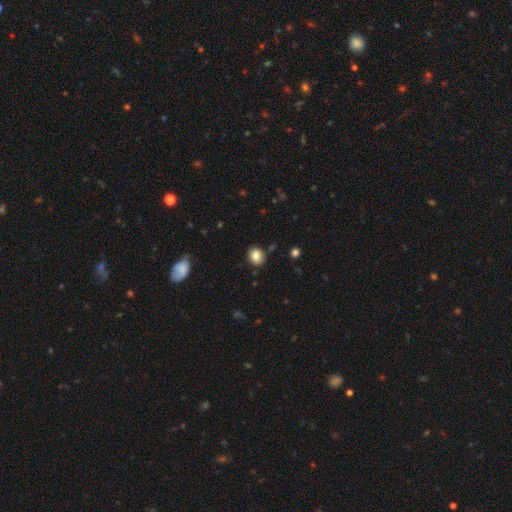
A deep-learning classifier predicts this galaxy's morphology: Overall: smooth (84%). How rounded: round (69%; in between 30%). Merging: none (87%).